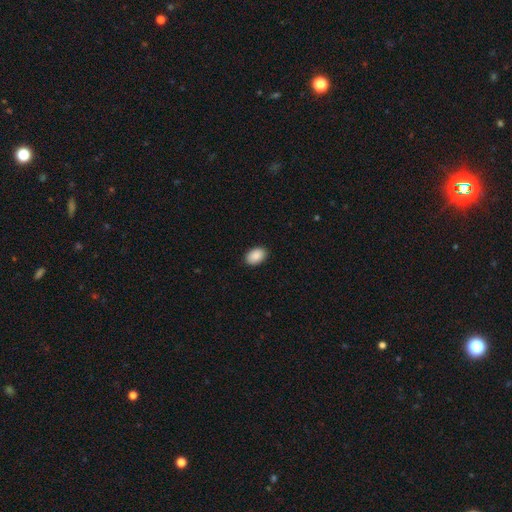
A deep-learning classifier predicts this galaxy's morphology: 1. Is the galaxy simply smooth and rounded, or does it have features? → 90% smooth, 7% star or artifact, 4% featured or disk.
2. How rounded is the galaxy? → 87% in between, 12% round, 1% cigar-shaped.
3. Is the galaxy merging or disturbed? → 90% none, 8% minor disturbance, 2% major disturbance, 1% merger.